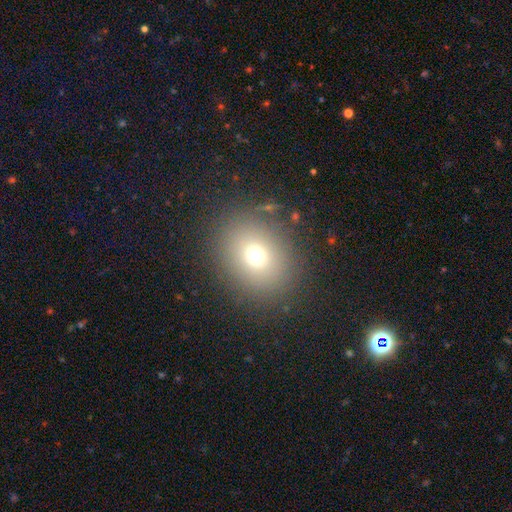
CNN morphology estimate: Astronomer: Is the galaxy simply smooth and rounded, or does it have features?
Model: smooth — 70%.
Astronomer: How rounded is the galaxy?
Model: round — 63%.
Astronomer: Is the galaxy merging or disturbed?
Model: none — 85%.